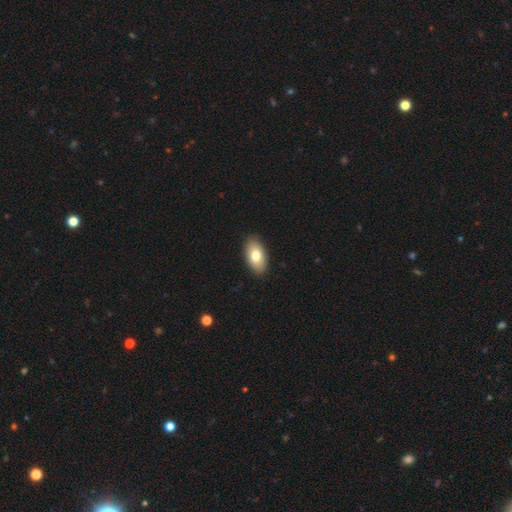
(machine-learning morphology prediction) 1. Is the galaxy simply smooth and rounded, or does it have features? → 78% smooth, 16% featured or disk, 6% star or artifact.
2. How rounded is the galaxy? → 94% in between, 3% round, 3% cigar-shaped.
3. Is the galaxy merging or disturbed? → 90% none, 8% minor disturbance, 2% major disturbance, 1% merger.